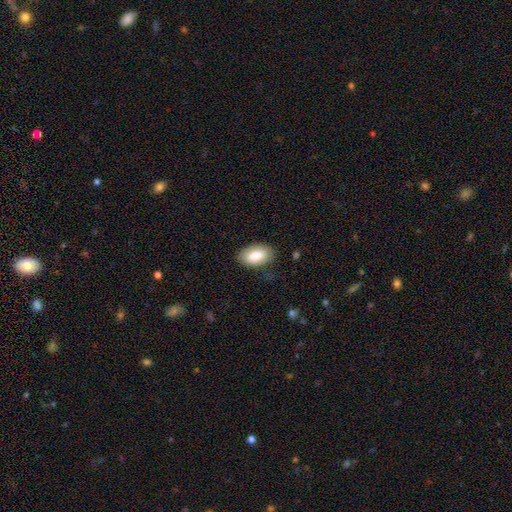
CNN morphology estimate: A smooth galaxy with no disk features (81%) that is in between round and cigar-shaped (93%).

Vote fractions:
- Smooth or featured? smooth: 81% / featured or disk: 13% / star or artifact: 7%
- How rounded? in between: 93% / round: 6% / cigar-shaped: 1%
- Merging? none: 83% / minor disturbance: 12% / major disturbance: 3% / merger: 1%